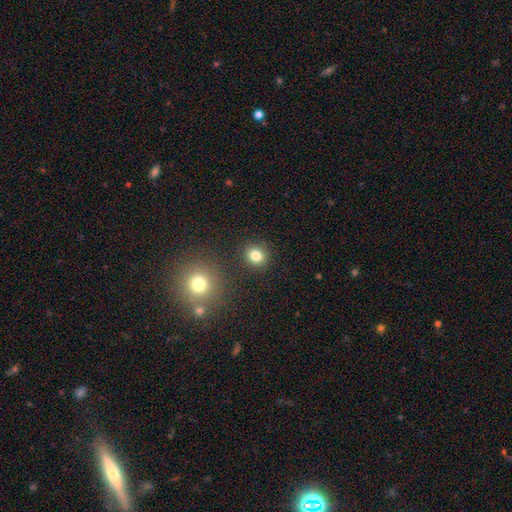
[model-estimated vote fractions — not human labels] A smooth galaxy with no disk features (82%) that is round (81%). Merging: none (86%).